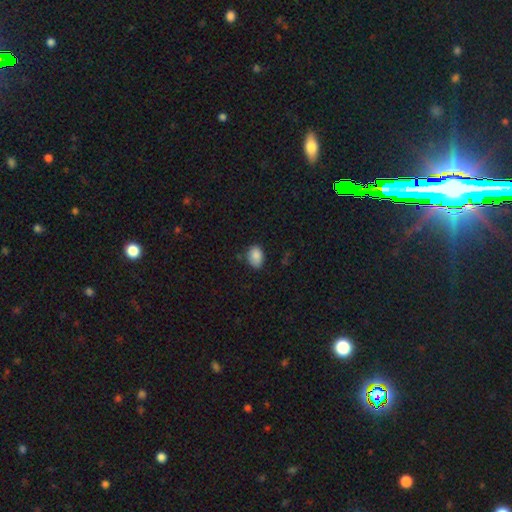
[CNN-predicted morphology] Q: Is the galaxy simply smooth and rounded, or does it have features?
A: smooth — 87%.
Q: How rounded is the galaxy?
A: in between — 78%.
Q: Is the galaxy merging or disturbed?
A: none — 74%.